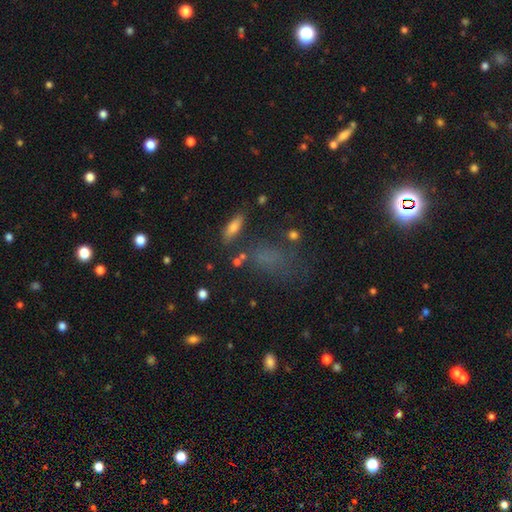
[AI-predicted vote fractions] smooth 60%, star or artifact 23%, featured or disk 17%. Down the decision tree: how rounded — in between (67%); merging — none (58%).